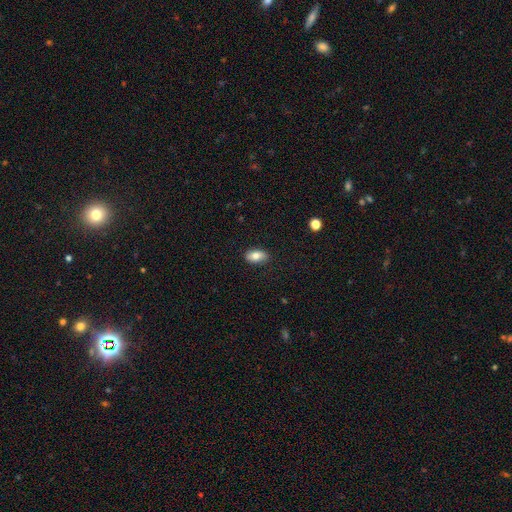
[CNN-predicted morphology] Overall: smooth (81%). How rounded: in between (91%). Merging: none (87%).